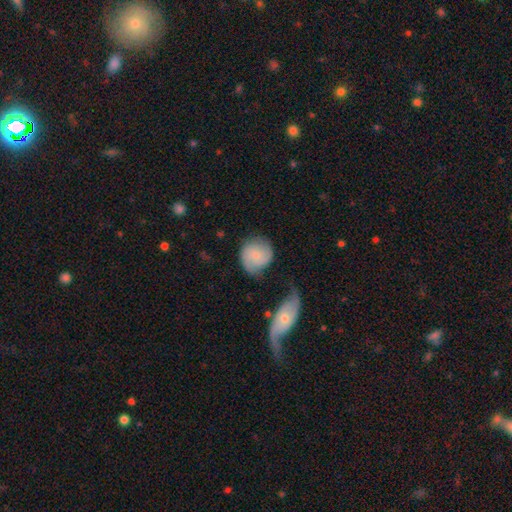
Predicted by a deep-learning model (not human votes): Morphology: type=smooth (50%); roundness=round (81%); merging=none (56%).